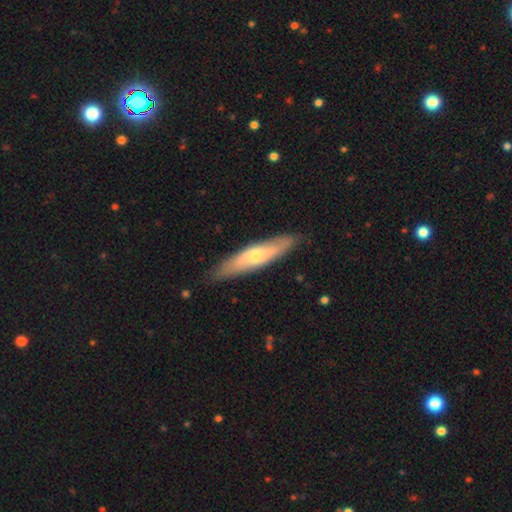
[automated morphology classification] The model was most divided on "smooth or featured": smooth: 49%, featured or disk: 46%, star or artifact: 5%. More confident: merging — none (85%).